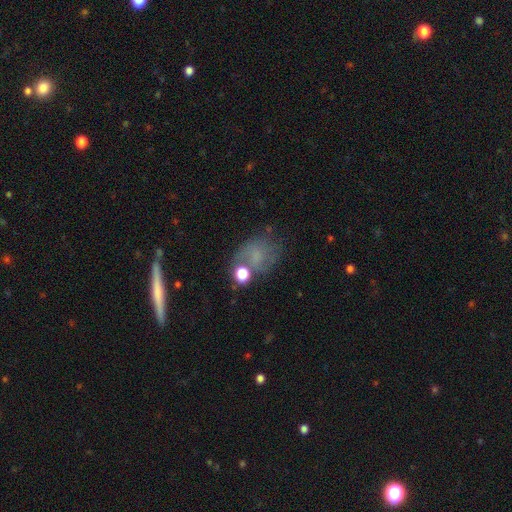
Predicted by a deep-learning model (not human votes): The model was most divided on "how rounded": round: 49%, in between: 47%, cigar-shaped: 4%. More confident: smooth or featured — smooth (55%); merging — none (52%).